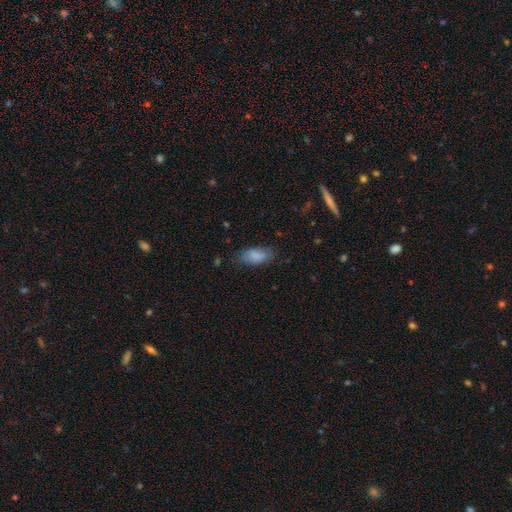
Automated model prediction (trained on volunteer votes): Morphology: type=smooth (82%); roundness=in between (90%); merging=none (72%).